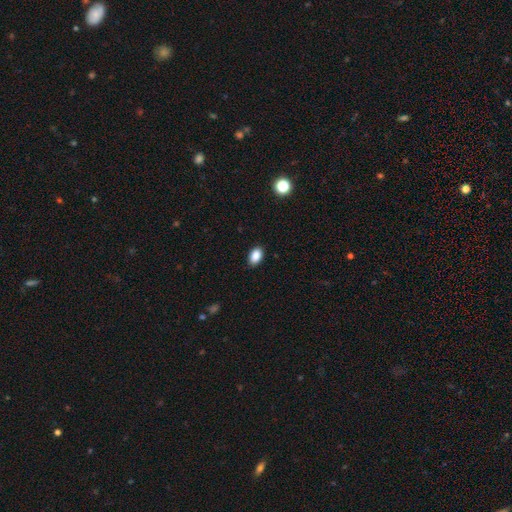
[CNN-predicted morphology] smooth 88%, star or artifact 8%, featured or disk 3%. Down the decision tree: how rounded — in between (90%); merging — none (88%).